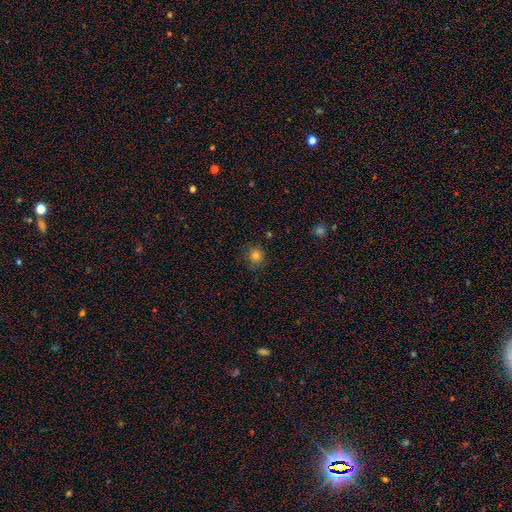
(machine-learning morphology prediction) Smooth or featured: smooth — 80% (star or artifact — 14%)
How rounded: round — 89% (in between — 10%)
Merging: none — 85% (minor disturbance — 11%)